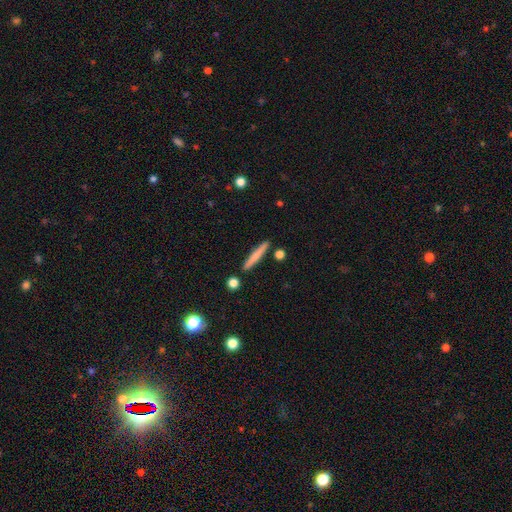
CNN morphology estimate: This appears to be a smooth galaxy with no disk features (66%) that is cigar-shaped (94%). Merging: none (87%).